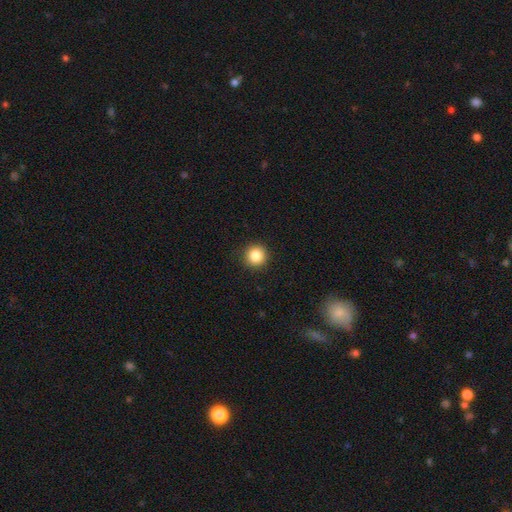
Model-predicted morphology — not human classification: Overall: smooth (85%). How rounded: round (95%). Merging: none (92%).